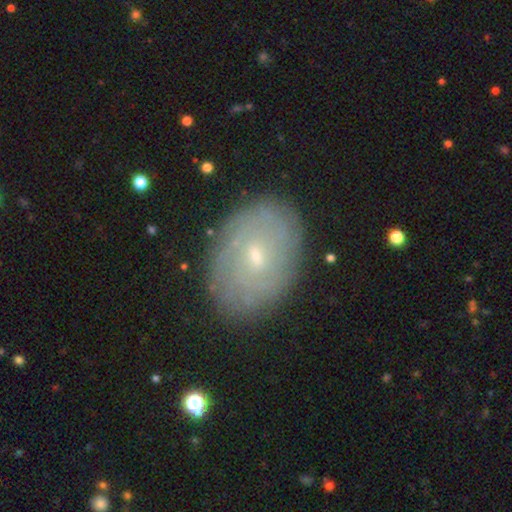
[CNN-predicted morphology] Smooth or featured: featured or disk — 61% (smooth — 30%)
Edge-on disk: no — 95% (yes — 5%)
Bar: no — 59% (weak — 35%)
Spiral arms: yes — 73% (no — 27%)
Bulge size: small — 67% (moderate — 29%)
Merging: none — 84% (minor disturbance — 12%)